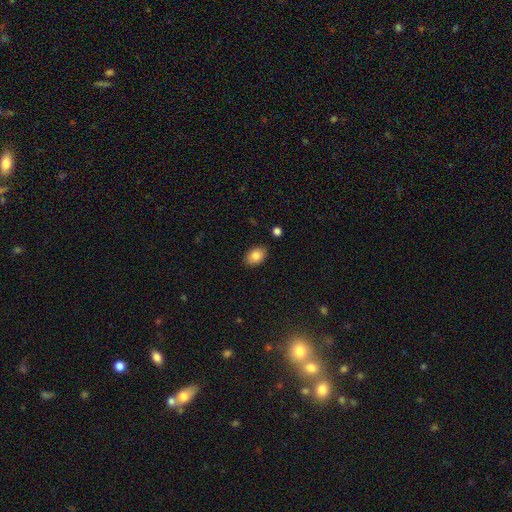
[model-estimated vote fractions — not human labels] smooth 85%, star or artifact 8%, featured or disk 8%. Down the decision tree: how rounded — in between (84%); merging — none (86%).